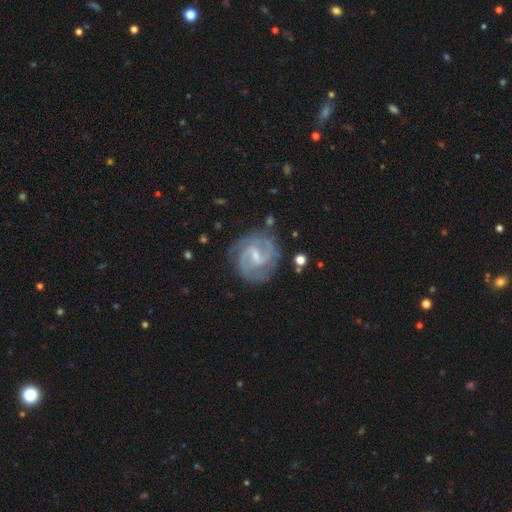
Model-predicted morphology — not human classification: This is clearly a featured or disk galaxy (89%). It is clearly not viewed edge-on (98%). Bar: possibly weak (58%). Spiral arm pattern: clearly yes (98%). Spiral arm count: likely 2 (73%). Spiral winding: possibly medium (49%). Central bulge: likely small (61%). Merging: likely none (78%).